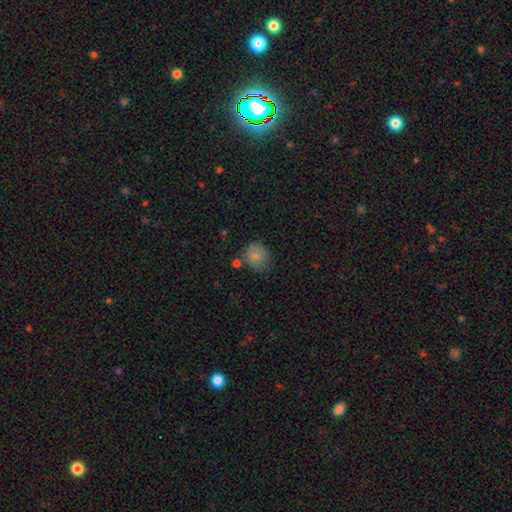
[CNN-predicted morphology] smooth-or-featured: smooth: 80% | featured or disk: 11% | star or artifact: 9%
  how-rounded: round: 72% | in between: 27% | cigar-shaped: 1%
  merging: none: 62% | minor disturbance: 23% | merger: 9% | major disturbance: 7%